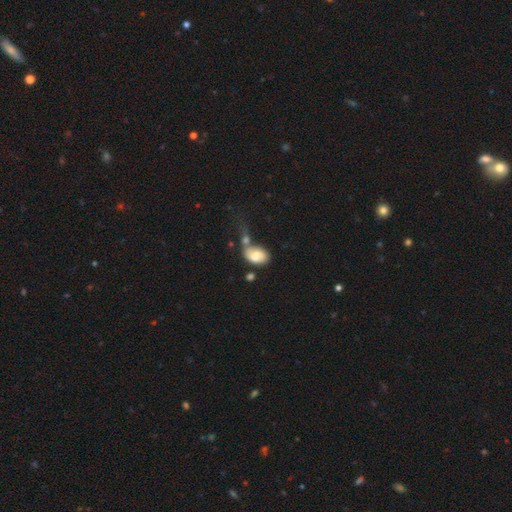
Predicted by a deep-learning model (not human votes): Smooth or featured? smooth (69%)
How rounded? in between (86%)
Merging? merger (36%)